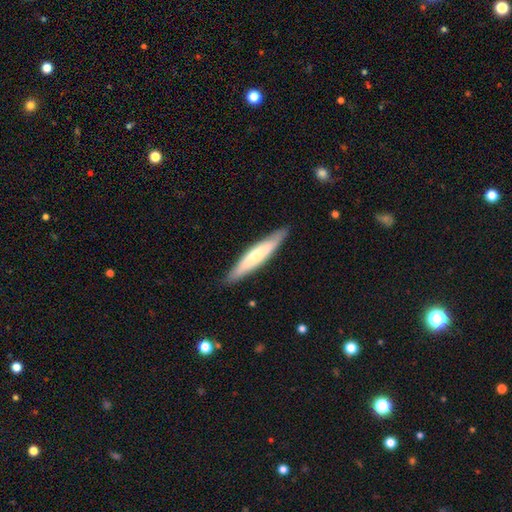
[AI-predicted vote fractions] A smooth galaxy with no disk features (54%) that is cigar-shaped (88%). Merging: none (88%).